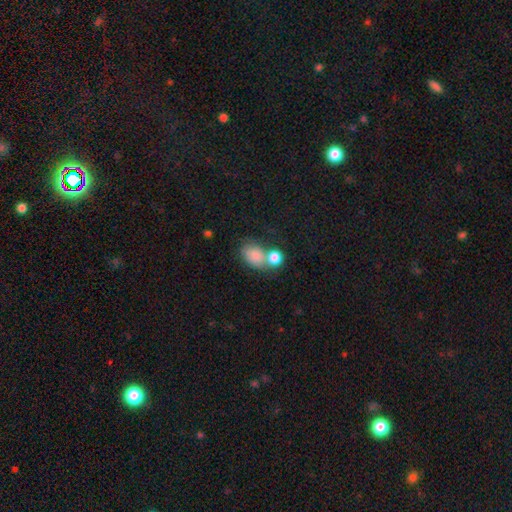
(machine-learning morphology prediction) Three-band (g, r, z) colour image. It shows a smooth galaxy with no disk features (81%) that is in between round and cigar-shaped (72%). Merging: none (39%, tied with merger).